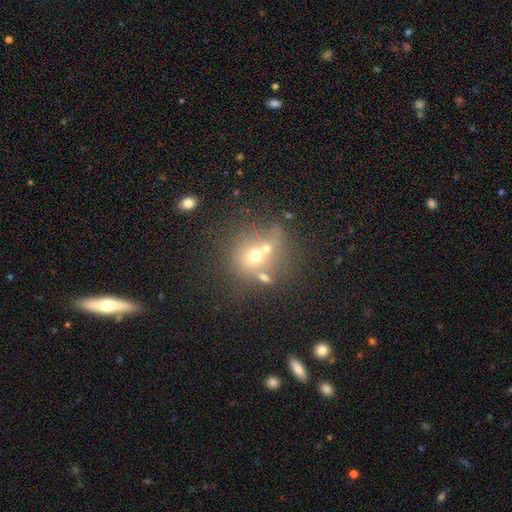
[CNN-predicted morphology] smooth 57%, featured or disk 22%, star or artifact 21%. Down the decision tree: how rounded — round (82%); merging — none (44%).